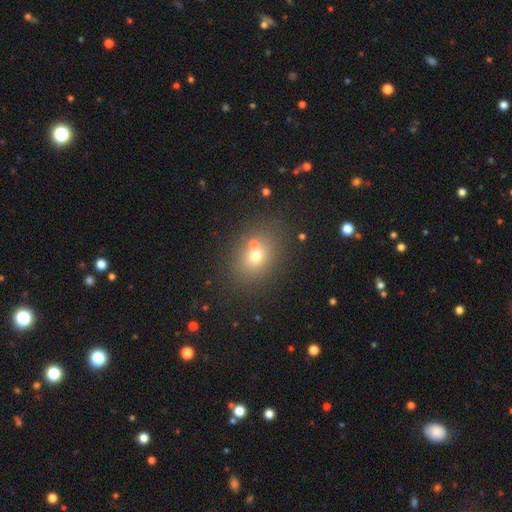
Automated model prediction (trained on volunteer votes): This appears to be a smooth galaxy with no disk features (65%) that is in between round and cigar-shaped (50%). Merging: none (68%).